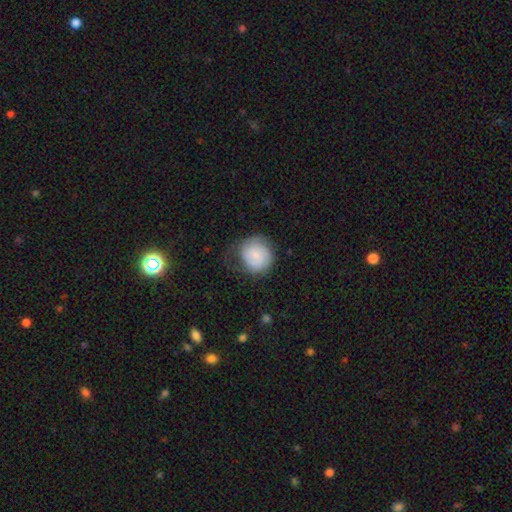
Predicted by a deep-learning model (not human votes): Q: Smooth or featured?
A: smooth (57%); runner-up: featured or disk (36%)
Q: How rounded?
A: round (85%); runner-up: in between (14%)
Q: Merging?
A: none (56%); runner-up: minor disturbance (27%)